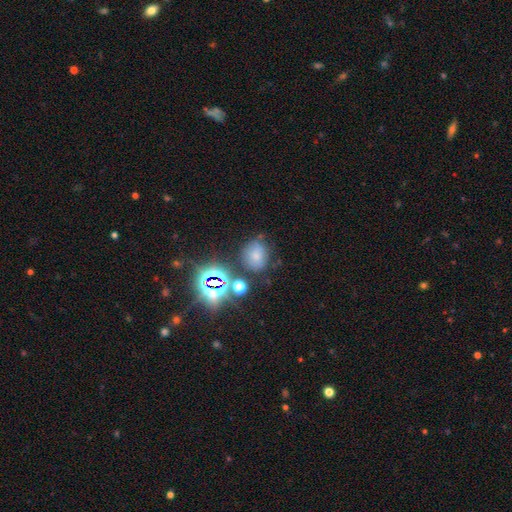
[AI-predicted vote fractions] This is likely a smooth galaxy (63%). How rounded: likely round (64%). Merging: likely none (69%).